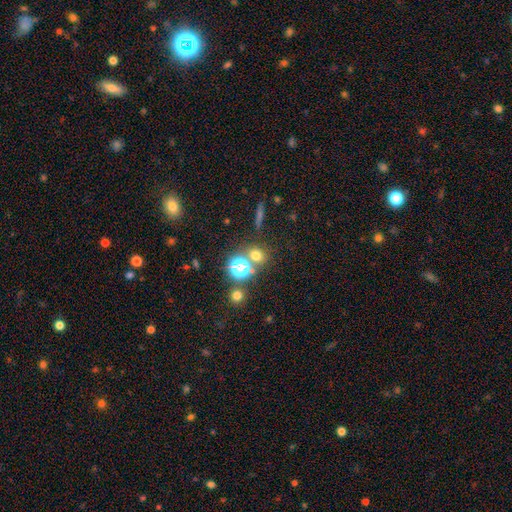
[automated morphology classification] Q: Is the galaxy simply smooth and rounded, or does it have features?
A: smooth — 64%.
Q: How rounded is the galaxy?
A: round — 80%.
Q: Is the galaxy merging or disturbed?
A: none — 72%.